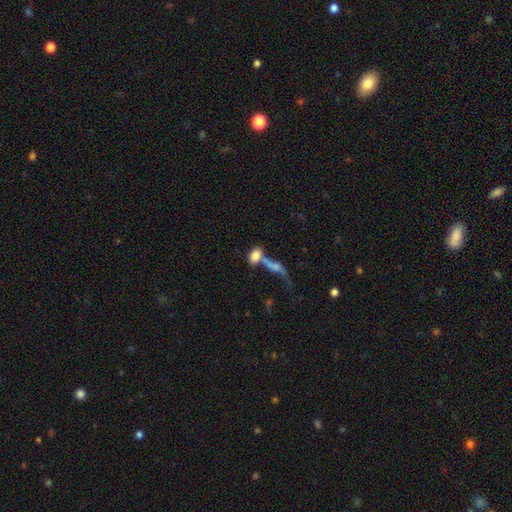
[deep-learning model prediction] Q: Smooth or featured?
A: smooth (73%); runner-up: featured or disk (18%)
Q: How rounded?
A: in between (84%); runner-up: round (9%)
Q: Merging?
A: merger (58%); runner-up: none (23%)